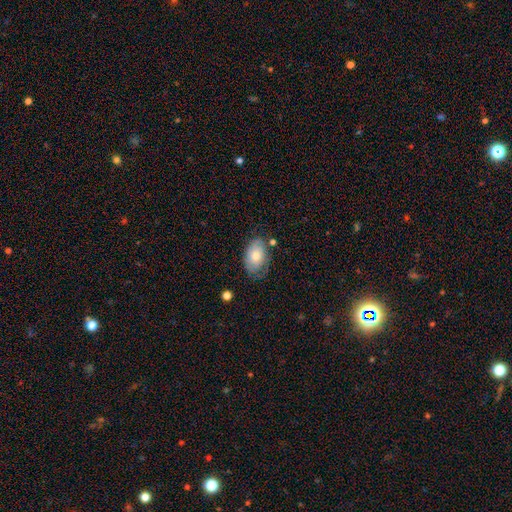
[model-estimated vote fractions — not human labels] This is likely a smooth galaxy (62%). How rounded: clearly in between (88%). Merging: likely none (62%).